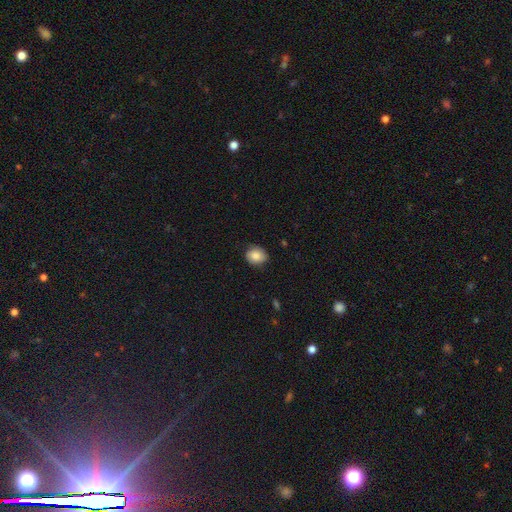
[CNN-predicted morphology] smooth 81%, featured or disk 11%, star or artifact 8%. Down the decision tree: how rounded — round (65%); merging — none (78%).